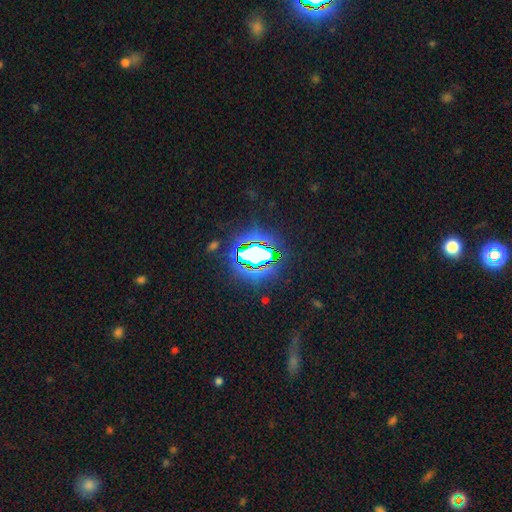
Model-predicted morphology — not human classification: type=star or artifact (68%).